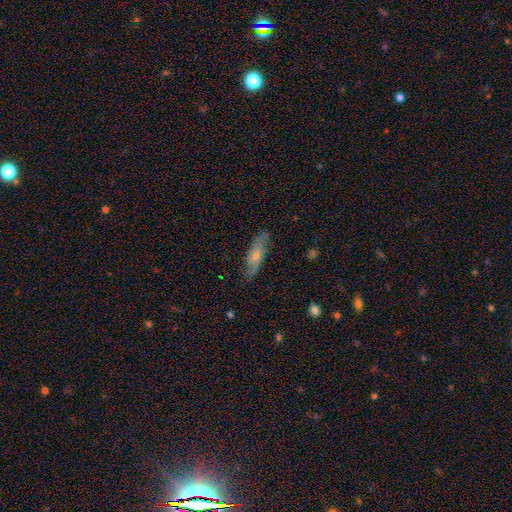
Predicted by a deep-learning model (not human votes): A smooth galaxy with no disk features (52%) that is in between round and cigar-shaped (55%). Merging: none (78%).